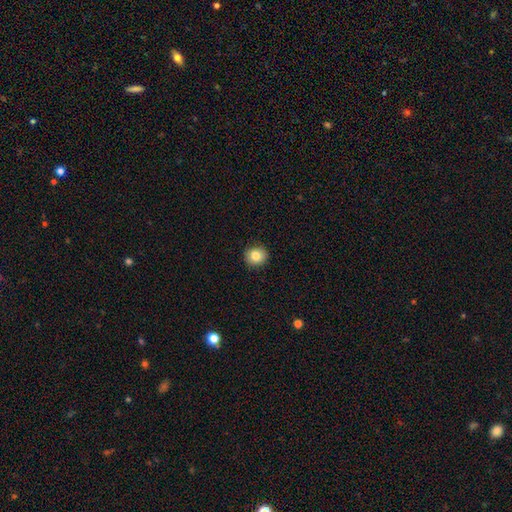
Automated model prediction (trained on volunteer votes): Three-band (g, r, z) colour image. It shows a smooth galaxy with no disk features (83%) that is round (87%). Merging: none (91%).